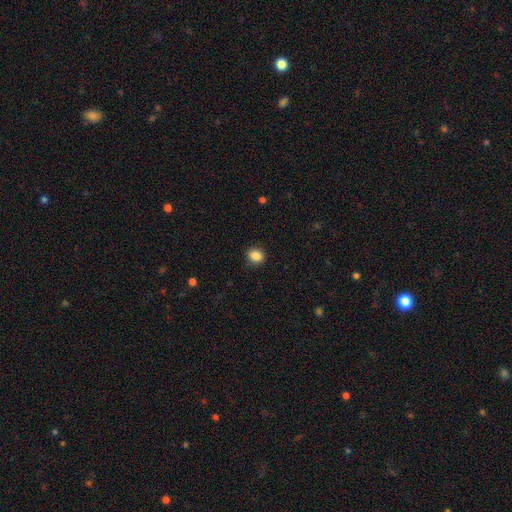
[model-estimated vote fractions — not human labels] This appears to be a smooth galaxy with no disk features (86%) that is round (63%). Merging: none (88%).